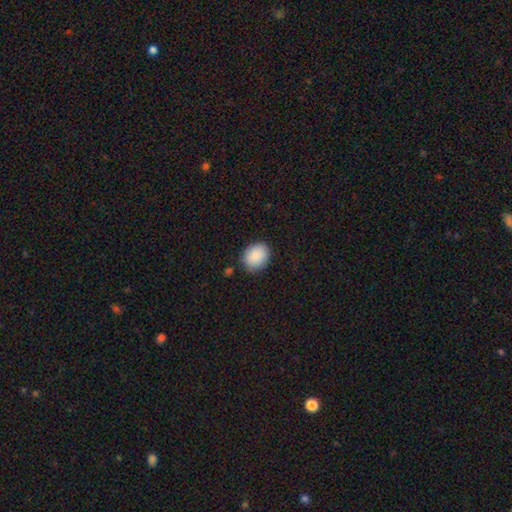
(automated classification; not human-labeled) Smooth or featured: smooth — 88% (star or artifact — 7%)
How rounded: round — 52% (in between — 47%)
Merging: none — 82% (minor disturbance — 13%)